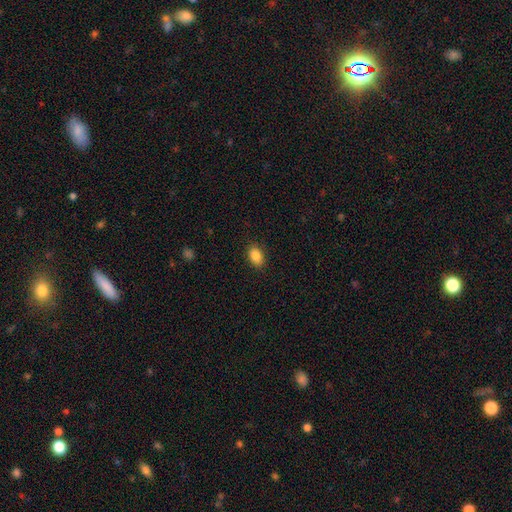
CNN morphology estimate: smooth-or-featured: smooth: 88% | star or artifact: 8% | featured or disk: 4%
  how-rounded: in between: 86% | round: 13% | cigar-shaped: 1%
  merging: none: 88% | minor disturbance: 8% | major disturbance: 2% | merger: 1%